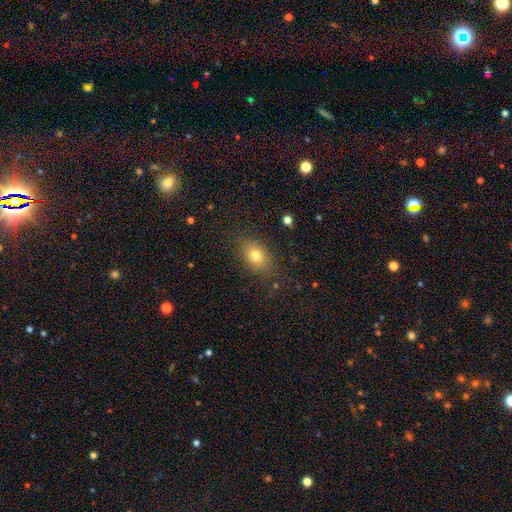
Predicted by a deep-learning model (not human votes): Smooth or featured? smooth (77%)
How rounded? in between (73%)
Merging? none (79%)